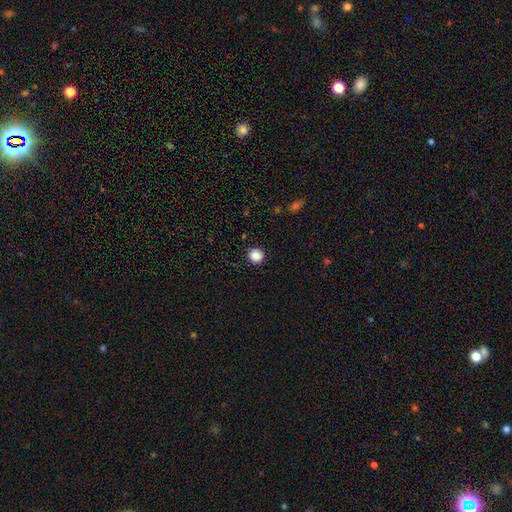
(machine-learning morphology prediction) smooth 87%, star or artifact 9%, featured or disk 4%. Down the decision tree: how rounded — round (92%); merging — none (92%).